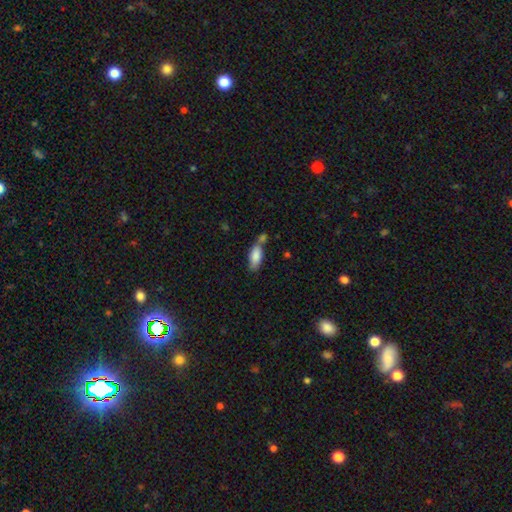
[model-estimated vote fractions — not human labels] Smooth or featured? smooth (82%)
How rounded? in between (79%)
Merging? none (46%)